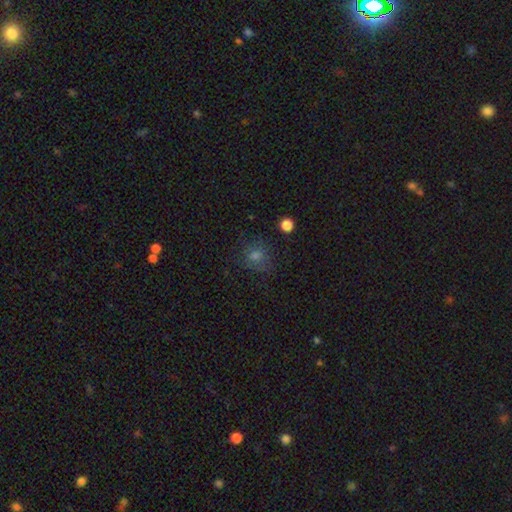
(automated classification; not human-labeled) A smooth galaxy with no disk features (68%) that is round (81%). Merging: none (77%).